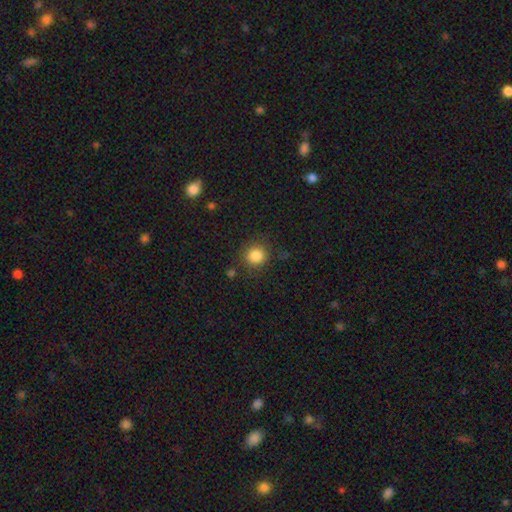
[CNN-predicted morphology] This is clearly a smooth galaxy (85%). How rounded: clearly round (89%). Merging: clearly none (83%).